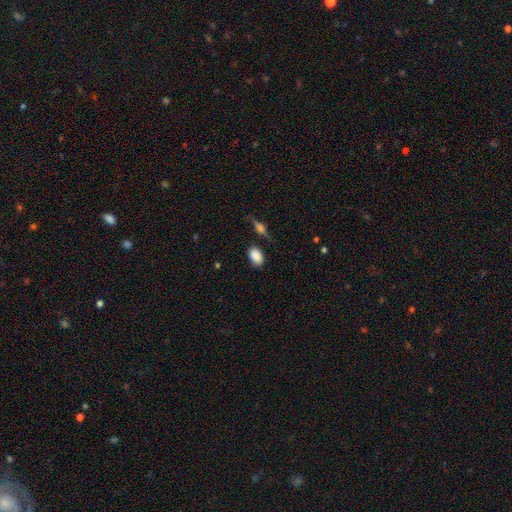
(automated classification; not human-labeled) smooth-or-featured: smooth: 87% | star or artifact: 8% | featured or disk: 6%
  how-rounded: in between: 87% | round: 11% | cigar-shaped: 2%
  merging: none: 74% | minor disturbance: 17% | merger: 5% | major disturbance: 5%